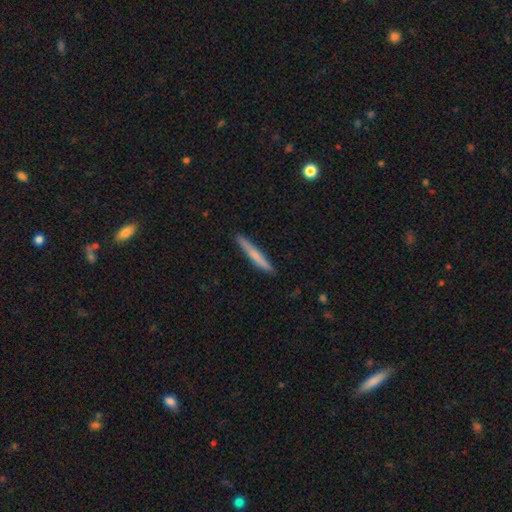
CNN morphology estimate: Q: Smooth or featured?
A: smooth (64%); runner-up: featured or disk (31%)
Q: How rounded?
A: cigar-shaped (96%); runner-up: in between (2%)
Q: Merging?
A: none (90%); runner-up: minor disturbance (7%)